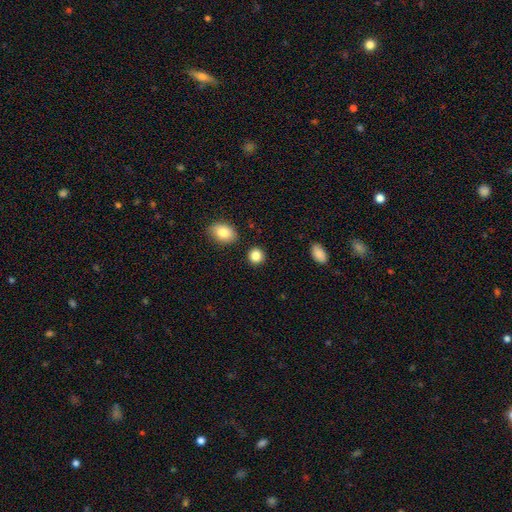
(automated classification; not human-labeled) A smooth galaxy with no disk features (87%) that is round (83%). Merging: none (87%).